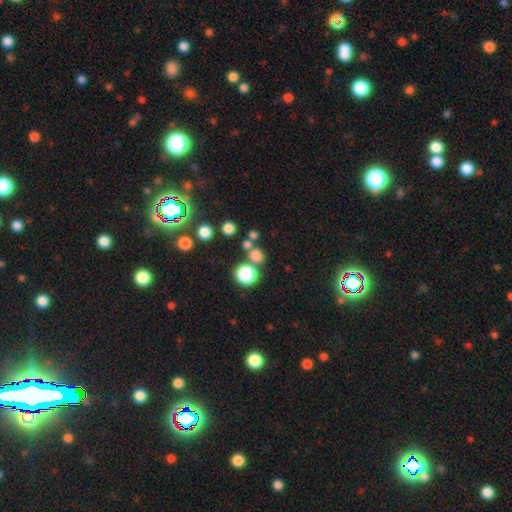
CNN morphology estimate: smooth 73%, star or artifact 21%, featured or disk 7%. Down the decision tree: how rounded — round (85%); merging — none (69%).